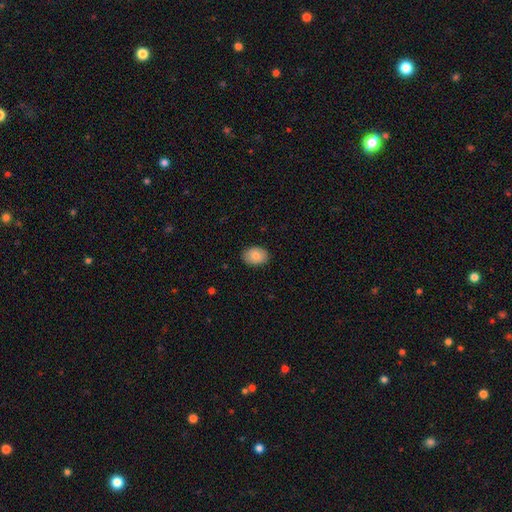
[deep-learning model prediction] The model was most divided on "how rounded": in between: 75%, round: 25%, cigar-shaped: 1%. More confident: merging — none (87%); smooth or featured — smooth (85%).